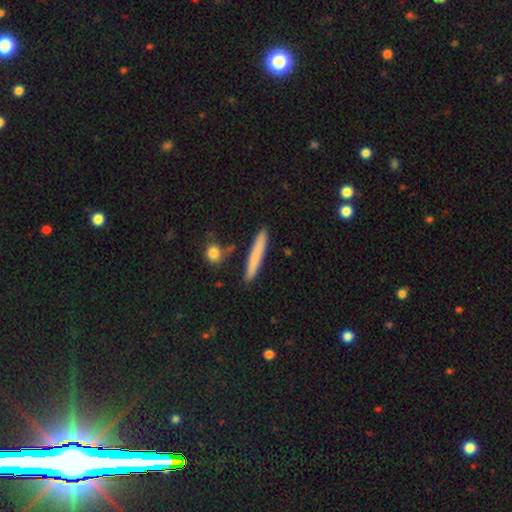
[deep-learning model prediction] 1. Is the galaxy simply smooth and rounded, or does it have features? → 73% smooth, 21% featured or disk, 6% star or artifact.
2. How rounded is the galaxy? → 95% cigar-shaped, 4% in between, 2% round.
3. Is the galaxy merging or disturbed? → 88% none, 8% minor disturbance, 3% merger, 2% major disturbance.